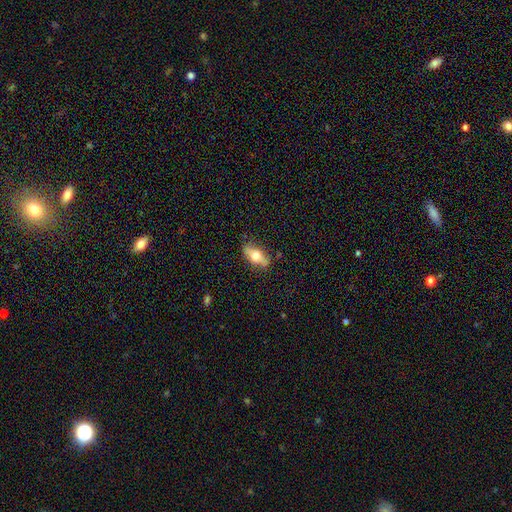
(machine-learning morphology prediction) smooth_or_featured: smooth (p=0.55) [alt: featured or disk p=0.38]
how_rounded: in between (p=0.73) [alt: cigar-shaped p=0.22]
merging: none (p=0.79) [alt: minor disturbance p=0.15]